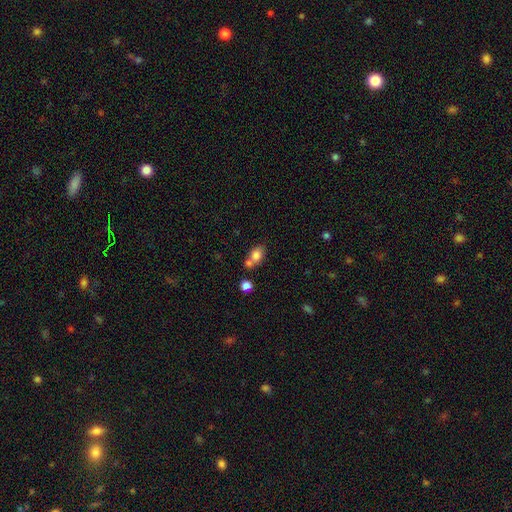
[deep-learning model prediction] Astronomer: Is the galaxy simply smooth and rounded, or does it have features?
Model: smooth — 80%.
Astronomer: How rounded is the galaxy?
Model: in between — 69%.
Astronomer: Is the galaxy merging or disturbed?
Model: none — 45% (runner-up: merger, 38%).